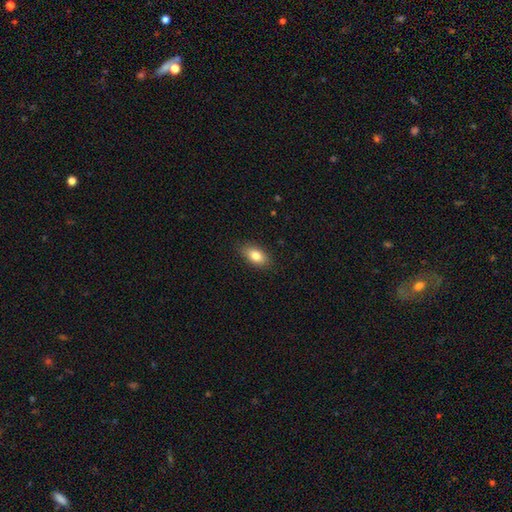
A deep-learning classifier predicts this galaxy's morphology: The model was most divided on "smooth or featured": smooth: 82%, featured or disk: 11%, star or artifact: 8%. More confident: how rounded — in between (89%); merging — none (86%).